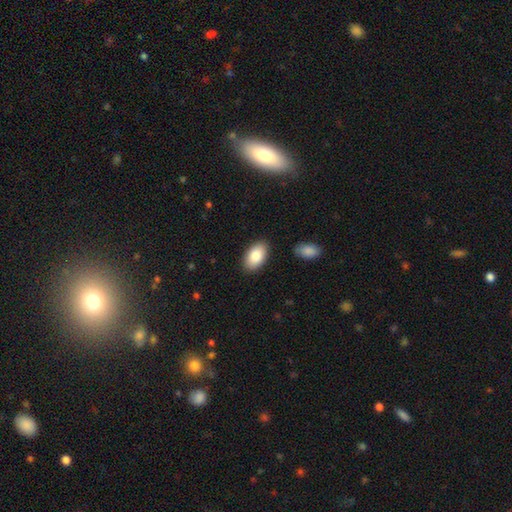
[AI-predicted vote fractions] This appears to be a smooth galaxy with no disk features (86%) that is in between round and cigar-shaped (94%). Merging: none (87%).